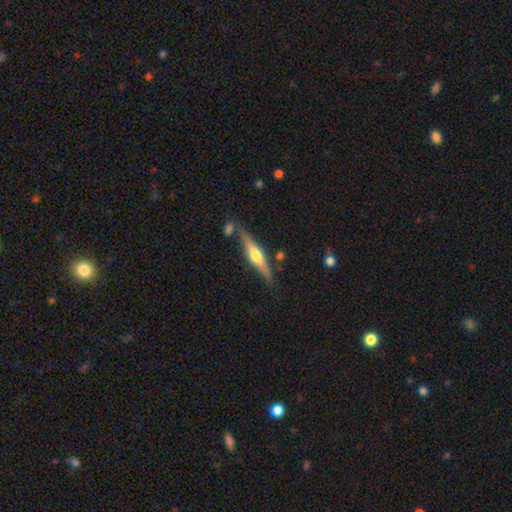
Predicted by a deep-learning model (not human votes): Smooth or featured? Predicted: featured or disk (p=0.64). Edge-on disk? Predicted: yes (p=0.96). Edge-on bulge? Predicted: rounded (p=0.89). Merging? Predicted: none (p=0.78).